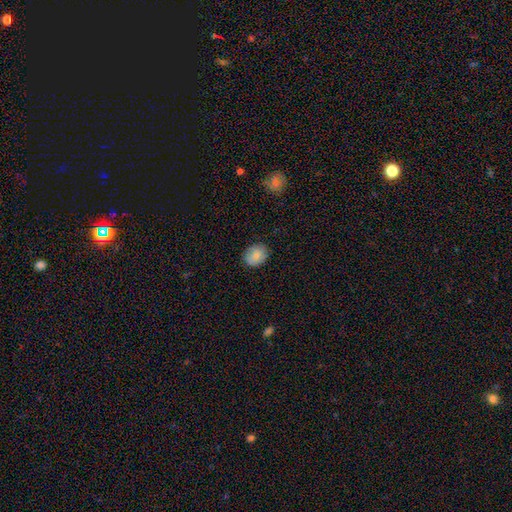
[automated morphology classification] smooth 82%, featured or disk 11%, star or artifact 8%. Down the decision tree: how rounded — in between (54%); merging — none (85%).